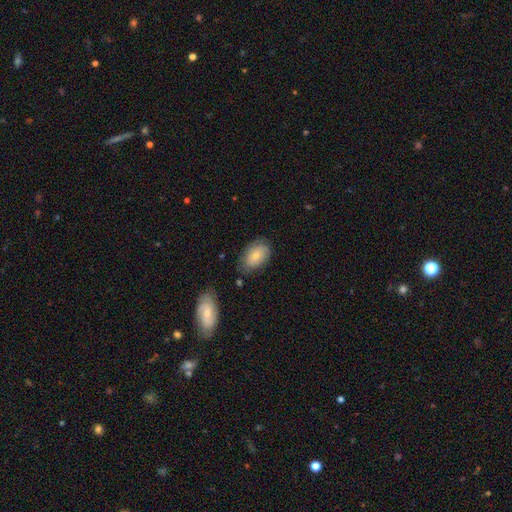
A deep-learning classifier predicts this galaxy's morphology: Q: Smooth or featured?
A: smooth (74%); runner-up: featured or disk (19%)
Q: How rounded?
A: in between (90%); runner-up: round (8%)
Q: Merging?
A: none (67%); runner-up: minor disturbance (23%)